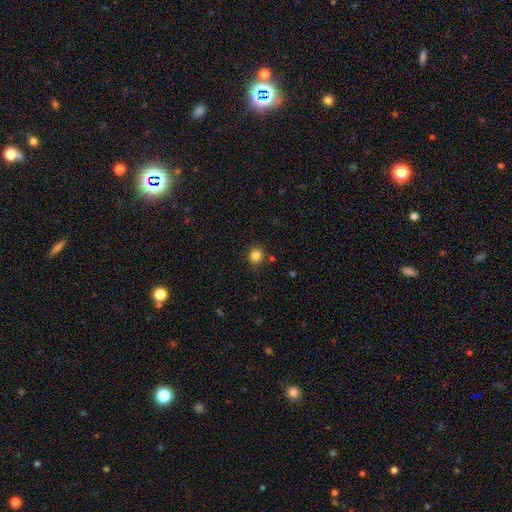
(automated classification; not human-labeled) A smooth galaxy with no disk features (84%) that is round (90%).

Vote fractions:
- Smooth or featured? smooth: 84% / star or artifact: 12% / featured or disk: 4%
- How rounded? round: 90% / in between: 9% / cigar-shaped: 1%
- Merging? none: 86% / minor disturbance: 8% / merger: 3% / major disturbance: 2%